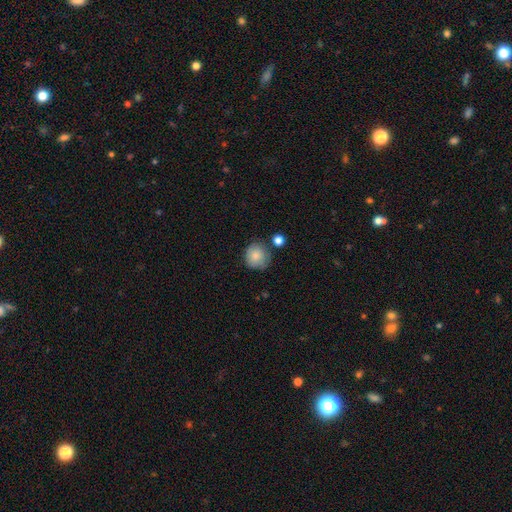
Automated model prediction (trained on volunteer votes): This is clearly a smooth galaxy (83%). How rounded: clearly round (89%). Merging: likely none (69%).